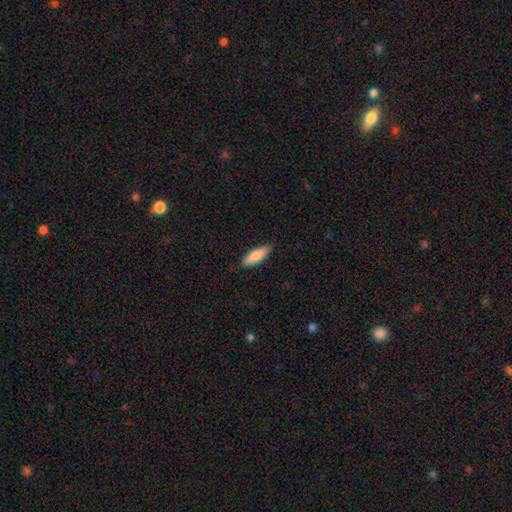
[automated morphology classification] This is clearly a smooth galaxy (84%). How rounded: possibly in between (54%). Merging: clearly none (83%).